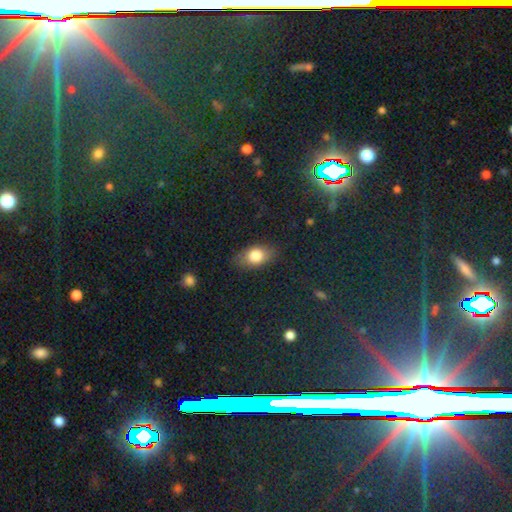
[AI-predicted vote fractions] This is likely a smooth galaxy (79%). How rounded: clearly in between (82%). Merging: clearly none (81%).